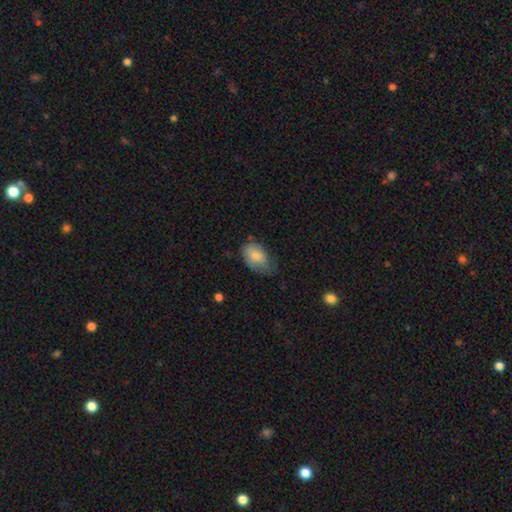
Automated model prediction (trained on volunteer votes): Smooth or featured? Predicted: smooth (p=0.79). How rounded? Predicted: in between (p=0.88). Merging? Predicted: minor disturbance (p=0.41).